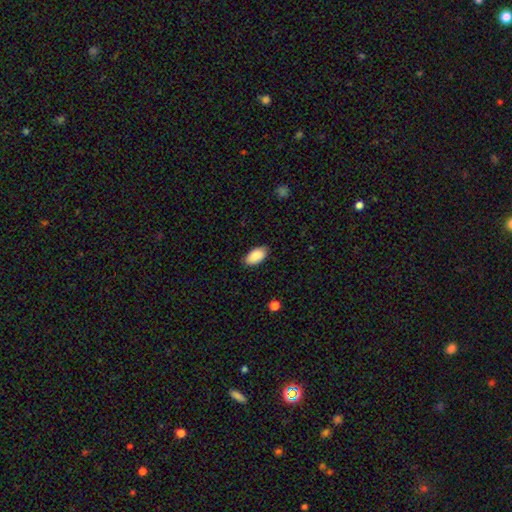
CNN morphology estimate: A smooth galaxy with no disk features (90%) that is in between round and cigar-shaped (95%). Merging: none (87%).